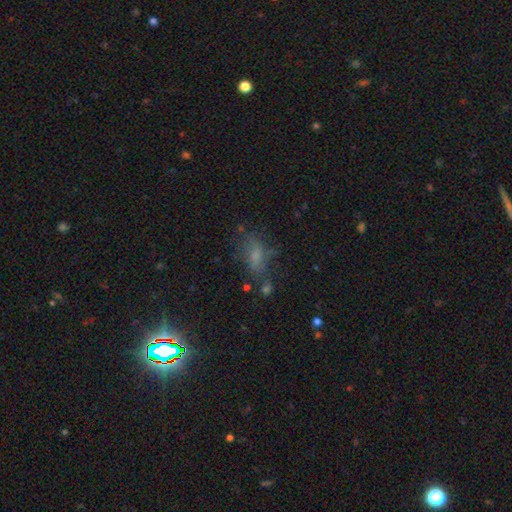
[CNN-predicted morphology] Q: Smooth or featured?
A: smooth (49%); runner-up: star or artifact (27%)
Q: Merging?
A: none (55%); runner-up: minor disturbance (22%)